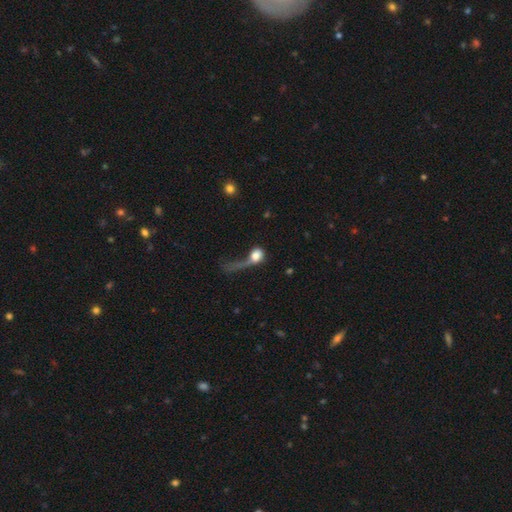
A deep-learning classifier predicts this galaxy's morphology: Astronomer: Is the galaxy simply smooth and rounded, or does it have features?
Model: smooth — 68%.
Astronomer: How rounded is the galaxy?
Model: round — 54% (runner-up: in between, 40%).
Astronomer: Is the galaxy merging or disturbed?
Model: major disturbance — 60%.